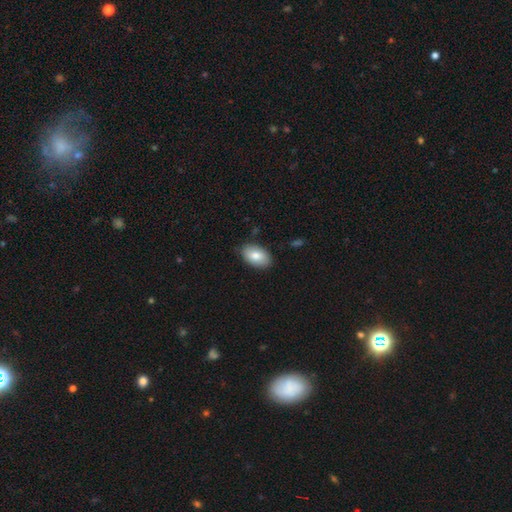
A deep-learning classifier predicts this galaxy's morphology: smooth 81%, featured or disk 13%, star or artifact 6%. Down the decision tree: how rounded — in between (93%); merging — none (84%).